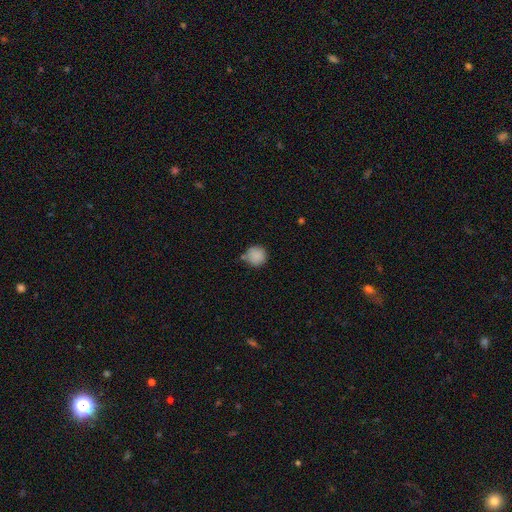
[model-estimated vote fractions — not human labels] Morphology: type=smooth (88%); roundness=round (94%); merging=none (72%).